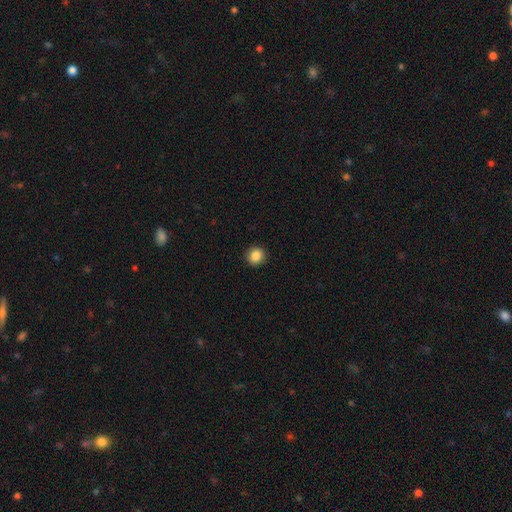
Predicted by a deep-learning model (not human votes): smooth_or_featured: smooth (p=0.87) [alt: star or artifact p=0.10]
how_rounded: round (p=0.91) [alt: in between p=0.08]
merging: none (p=0.92) [alt: minor disturbance p=0.05]